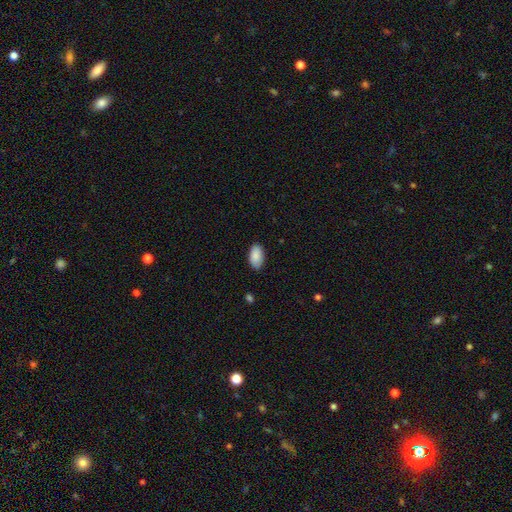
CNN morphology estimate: smooth_or_featured: smooth (p=0.89) [alt: star or artifact p=0.06]
how_rounded: in between (p=0.95) [alt: round p=0.03]
merging: none (p=0.84) [alt: minor disturbance p=0.12]